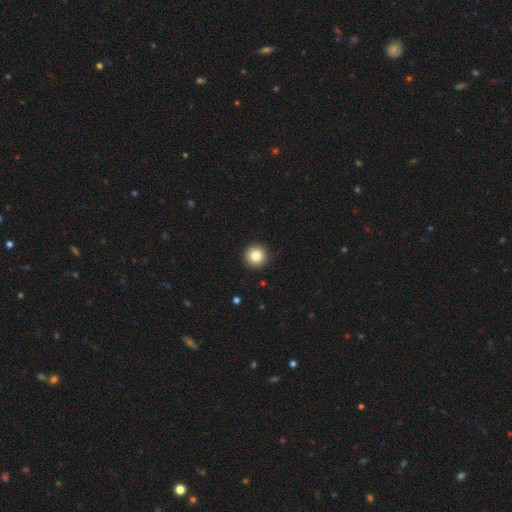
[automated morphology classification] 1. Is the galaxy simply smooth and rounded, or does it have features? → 83% smooth, 10% star or artifact, 7% featured or disk.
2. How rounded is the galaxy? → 96% round, 3% in between, 1% cigar-shaped.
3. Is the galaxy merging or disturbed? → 93% none, 5% minor disturbance, 2% major disturbance, 1% merger.